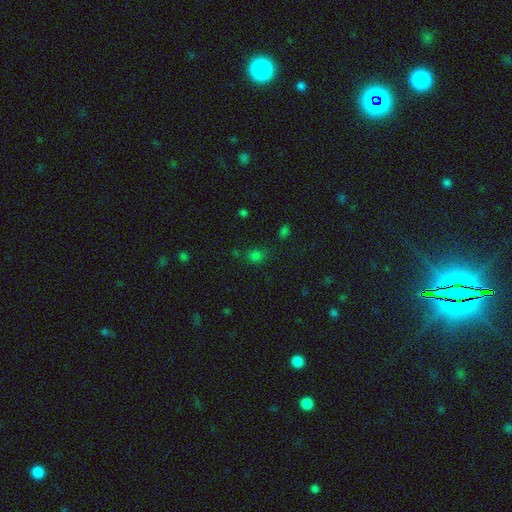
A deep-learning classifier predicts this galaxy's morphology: type=smooth (69%); roundness=round (52%); merging=none (66%).